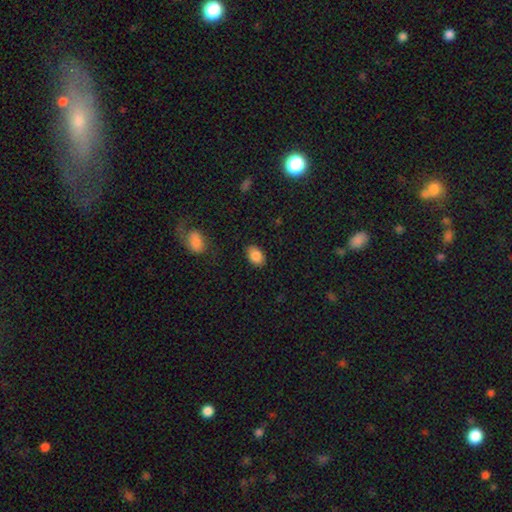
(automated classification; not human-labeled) Morphology: type=smooth (87%); roundness=in between (86%); merging=none (85%).